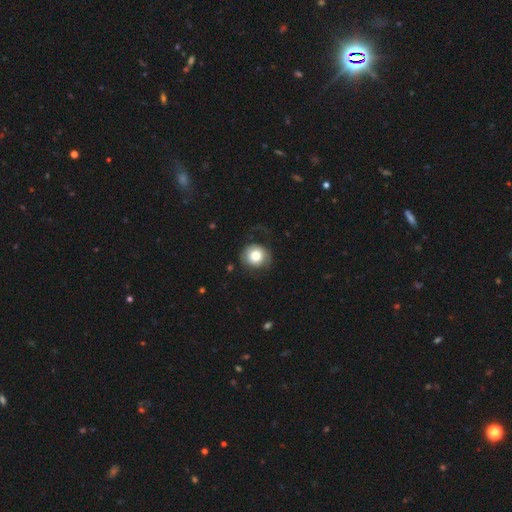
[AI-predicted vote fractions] Smooth or featured: smooth — 71% (featured or disk — 20%)
How rounded: round — 88% (in between — 11%)
Merging: none — 63% (minor disturbance — 19%)